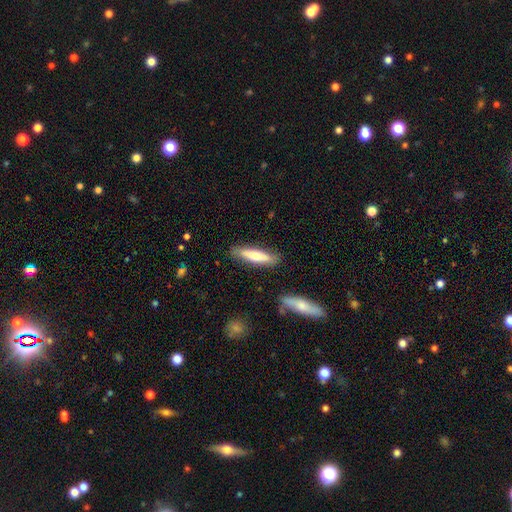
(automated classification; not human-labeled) Q: Smooth or featured?
A: smooth (61%); runner-up: featured or disk (33%)
Q: How rounded?
A: cigar-shaped (72%); runner-up: in between (26%)
Q: Merging?
A: none (84%); runner-up: minor disturbance (11%)